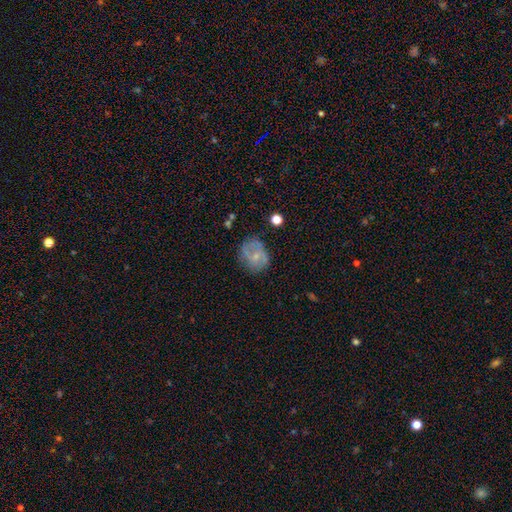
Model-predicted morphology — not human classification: Smooth or featured: smooth — 48% (featured or disk — 43%)
Merging: none — 60% (minor disturbance — 25%)